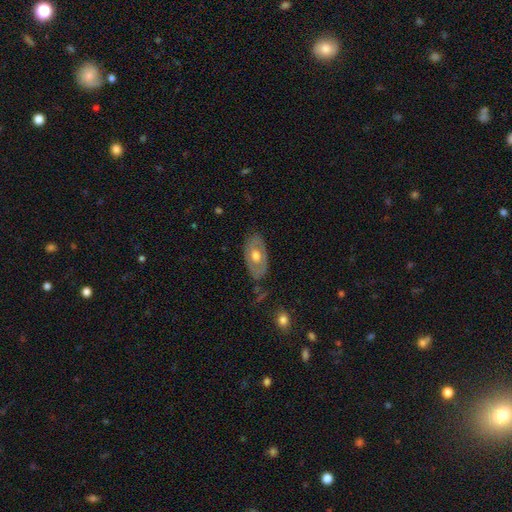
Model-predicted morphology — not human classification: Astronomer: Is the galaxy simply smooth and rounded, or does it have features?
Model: featured or disk — 56% (runner-up: smooth, 39%).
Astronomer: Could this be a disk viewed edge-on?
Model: no — 88%.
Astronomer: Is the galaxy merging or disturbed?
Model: none — 76%.